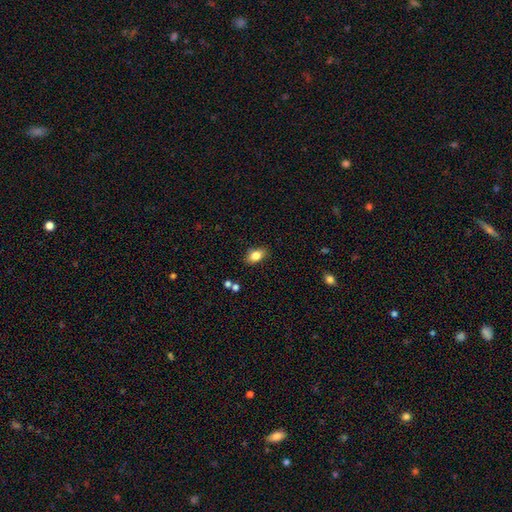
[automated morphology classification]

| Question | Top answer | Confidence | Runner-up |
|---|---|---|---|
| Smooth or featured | smooth | 82% | featured or disk (9%) |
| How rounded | in between | 85% | round (11%) |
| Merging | none | 85% | minor disturbance (11%) |